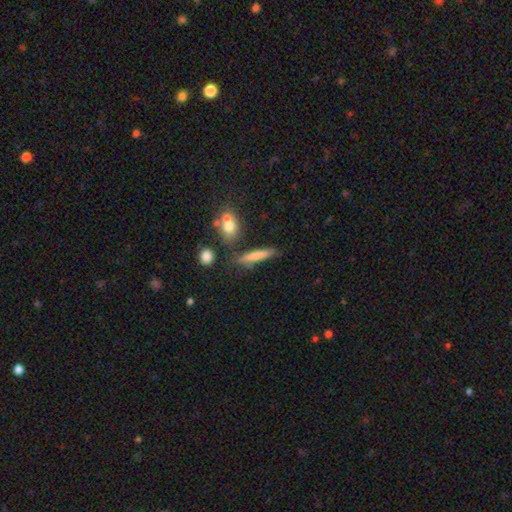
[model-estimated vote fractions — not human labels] The model was most divided on "smooth or featured": smooth: 71%, featured or disk: 21%, star or artifact: 8%. More confident: how rounded — cigar-shaped (83%); merging — none (68%).